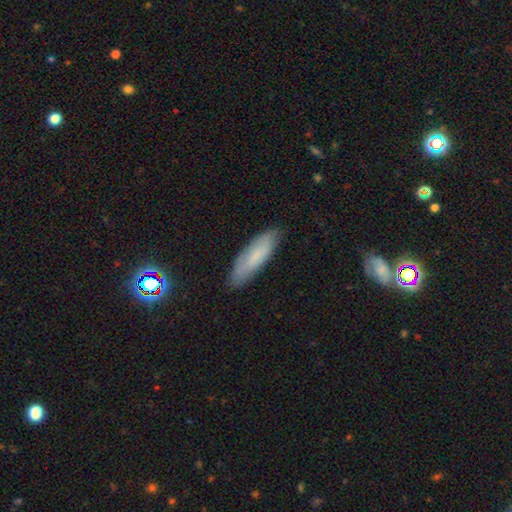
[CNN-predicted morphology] Smooth or featured? Predicted: smooth (p=0.70). How rounded? Predicted: cigar-shaped (p=0.56). Merging? Predicted: none (p=0.82).